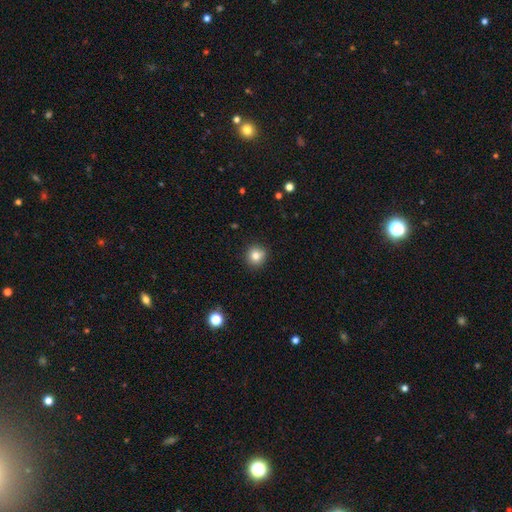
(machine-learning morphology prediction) Smooth or featured: smooth — 82% (star or artifact — 11%)
How rounded: round — 91% (in between — 9%)
Merging: none — 88% (minor disturbance — 9%)